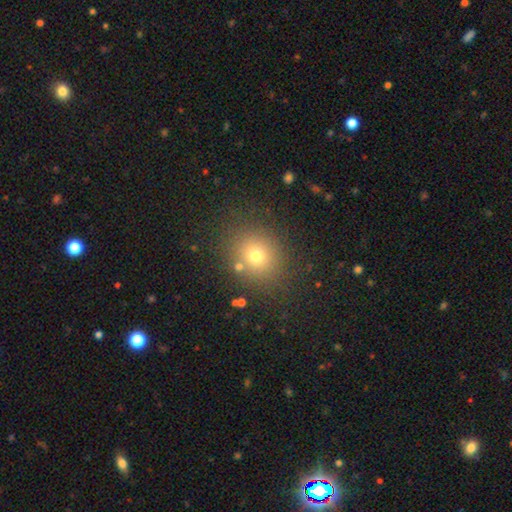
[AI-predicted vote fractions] Smooth or featured?
  - smooth: 71% *
  - star or artifact: 19%
  - featured or disk: 10%
How rounded?
  - round: 75% *
  - in between: 24%
  - cigar-shaped: 1%
Merging?
  - none: 84% *
  - minor disturbance: 8%
  - merger: 4%
  - major disturbance: 3%